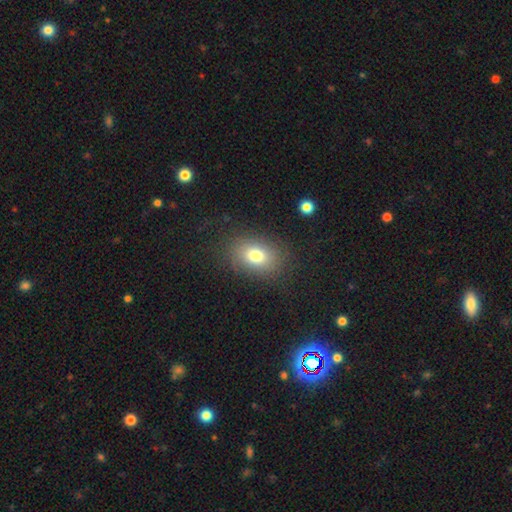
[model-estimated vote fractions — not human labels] The model was most divided on "how rounded": in between: 74%, round: 25%, cigar-shaped: 1%. More confident: merging — none (82%); smooth or featured — smooth (76%).